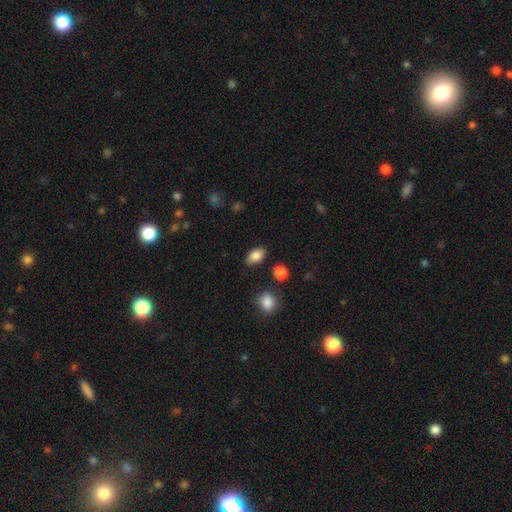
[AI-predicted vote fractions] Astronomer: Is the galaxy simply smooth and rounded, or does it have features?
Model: smooth — 85%.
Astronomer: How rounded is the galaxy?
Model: in between — 88%.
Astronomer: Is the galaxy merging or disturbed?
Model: none — 83%.